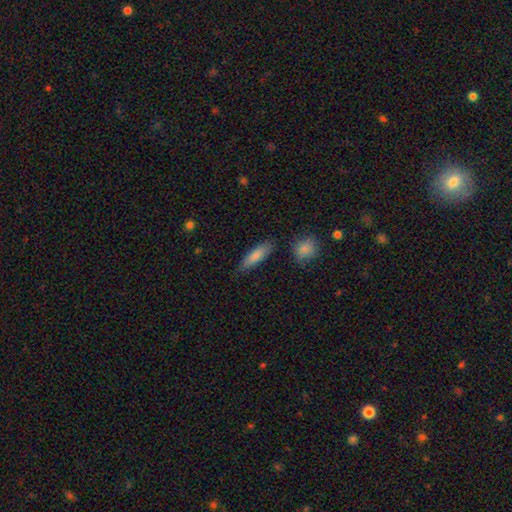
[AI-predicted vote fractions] Morphology: type=smooth (83%); roundness=cigar-shaped (53%); merging=none (82%).